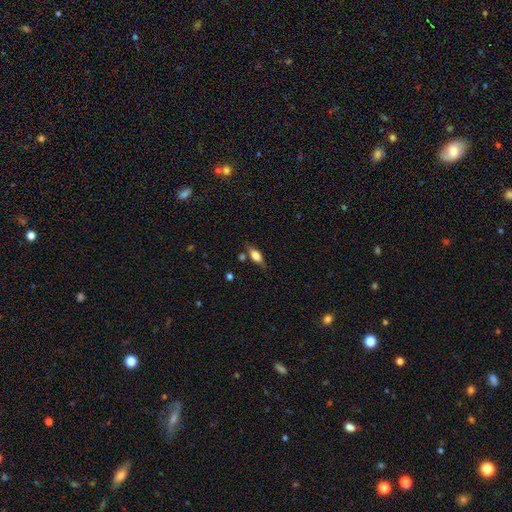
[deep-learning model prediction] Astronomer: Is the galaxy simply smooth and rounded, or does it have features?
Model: smooth — 67%.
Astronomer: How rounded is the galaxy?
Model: in between — 74%.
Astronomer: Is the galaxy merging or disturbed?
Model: none — 72%.